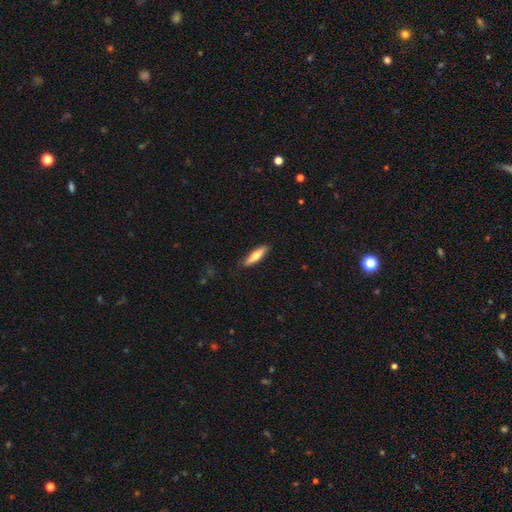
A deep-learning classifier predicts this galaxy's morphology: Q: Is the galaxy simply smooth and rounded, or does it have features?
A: smooth — 66%.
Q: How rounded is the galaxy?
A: cigar-shaped — 72%.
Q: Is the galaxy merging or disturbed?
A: none — 86%.